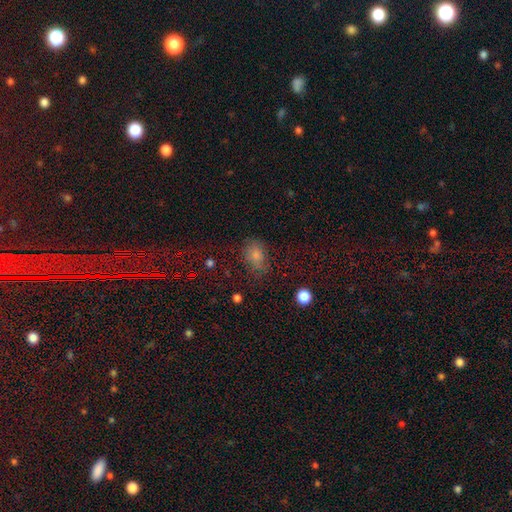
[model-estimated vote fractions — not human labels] smooth-or-featured: smooth: 75% | star or artifact: 15% | featured or disk: 10%
  how-rounded: in between: 61% | round: 38% | cigar-shaped: 1%
  merging: none: 64% | minor disturbance: 22% | major disturbance: 11% | merger: 2%